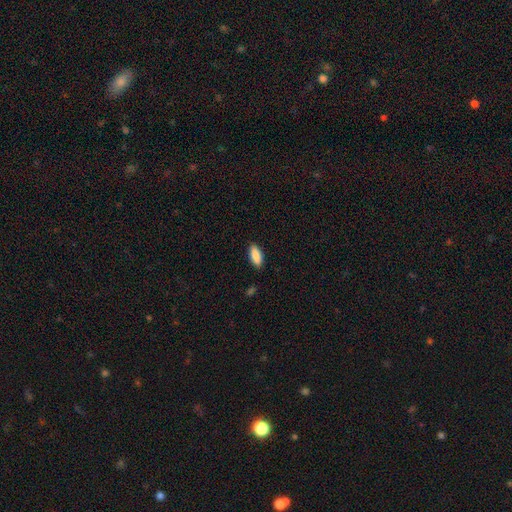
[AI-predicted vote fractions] Q: Smooth or featured?
A: smooth (88%); runner-up: featured or disk (6%)
Q: How rounded?
A: in between (81%); runner-up: cigar-shaped (18%)
Q: Merging?
A: none (88%); runner-up: minor disturbance (9%)